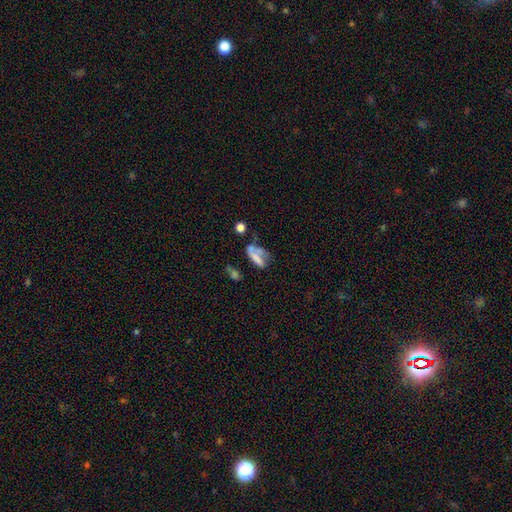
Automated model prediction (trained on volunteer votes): This appears to be a smooth galaxy with no disk features (54%) that is in between round and cigar-shaped (72%). Merging: major disturbance (31%).